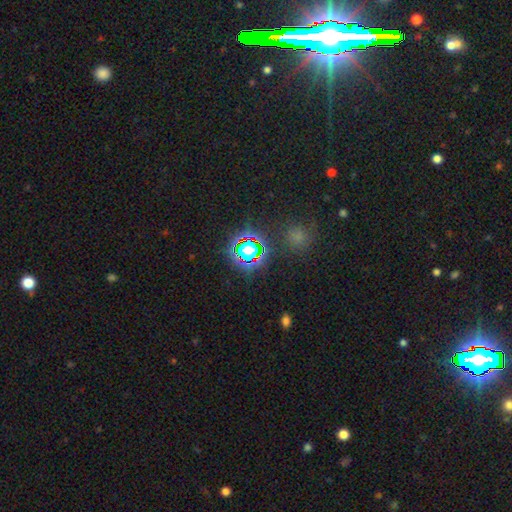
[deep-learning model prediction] smooth-or-featured: star or artifact: 71% | smooth: 22% | featured or disk: 8%